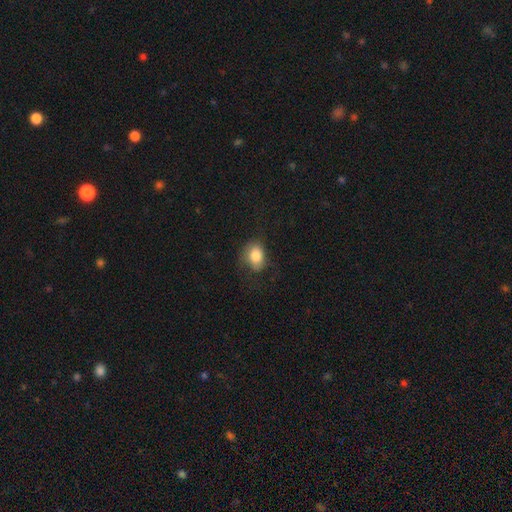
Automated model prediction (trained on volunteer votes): This appears to be a smooth galaxy with no disk features (82%) that is in between round and cigar-shaped (67%). Merging: none (60%).